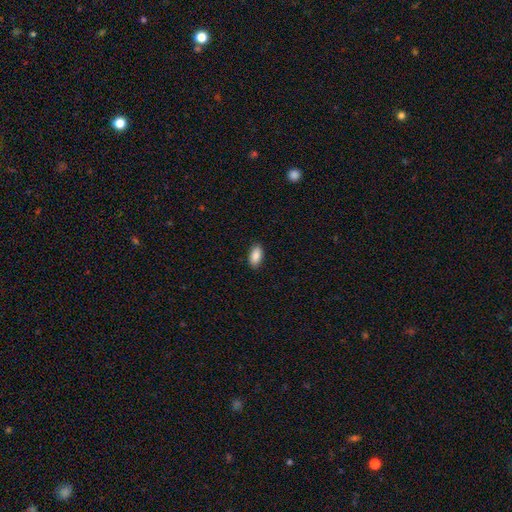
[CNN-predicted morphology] Smooth or featured? Predicted: smooth (p=0.89). How rounded? Predicted: in between (p=0.93). Merging? Predicted: none (p=0.89).